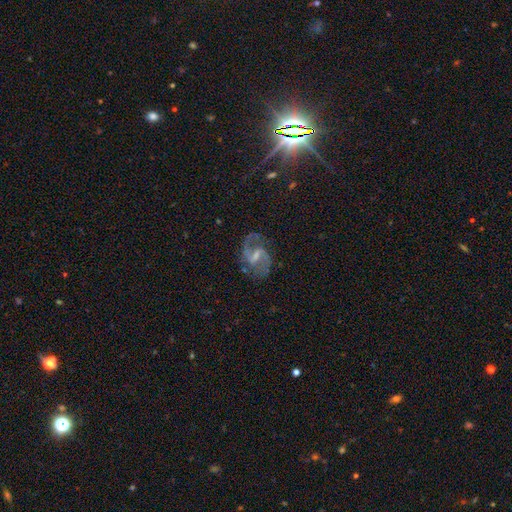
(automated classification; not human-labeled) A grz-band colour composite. It shows a featured or disk galaxy (86%) with a weak bar (54%), 2 (91%) medium (58%) spiral arms (97%) and a small central bulge (51%). Merging: none (77%).